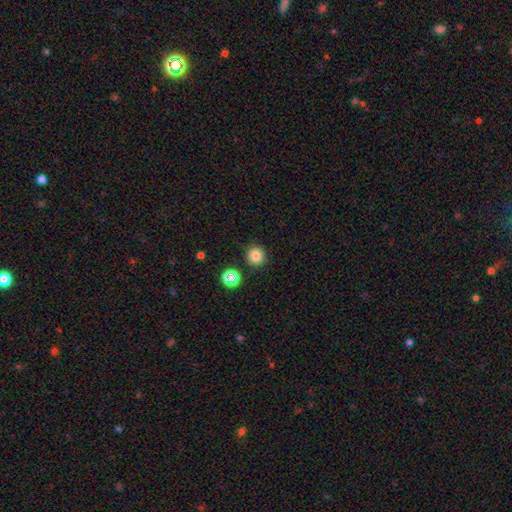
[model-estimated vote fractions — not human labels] This appears to be a smooth galaxy with no disk features (80%) that is round (94%). Merging: none (88%).